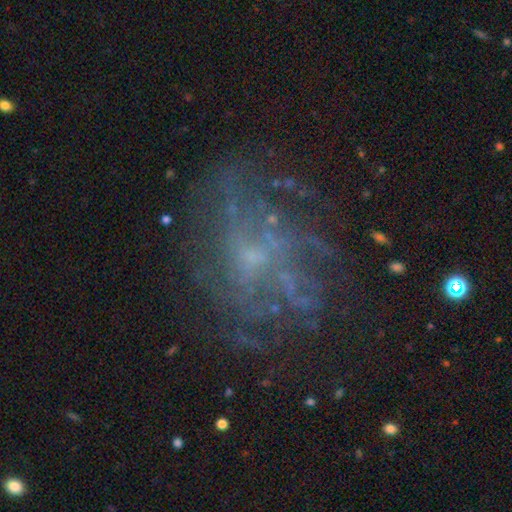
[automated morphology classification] smooth-or-featured: featured or disk: 66% | star or artifact: 21% | smooth: 12%
  disk-edge-on: no: 97% | yes: 3%
    bar: no: 77% | weak: 19% | strong: 4%
    has-spiral-arms: yes: 57% | no: 43%
    bulge-size: small: 60% | none: 24% | moderate: 13% | large: 1% | dominant: 1%
  merging: none: 62% | major disturbance: 20% | minor disturbance: 16% | merger: 3%